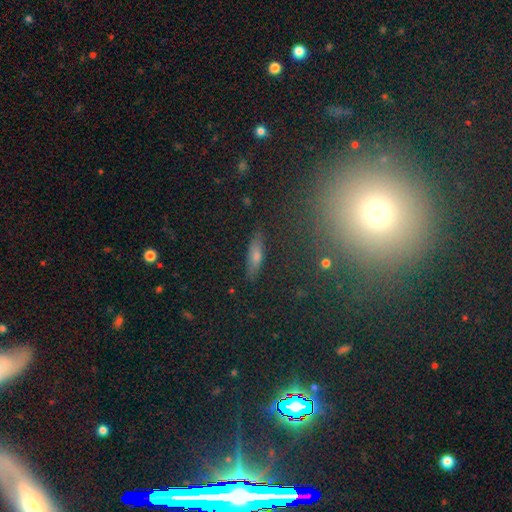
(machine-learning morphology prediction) A smooth galaxy with no disk features (66%) that is cigar-shaped (55%).

Vote fractions:
- Smooth or featured? smooth: 66% / featured or disk: 21% / star or artifact: 13%
- How rounded? cigar-shaped: 55% / in between: 41% / round: 4%
- Merging? none: 83% / minor disturbance: 12% / major disturbance: 3% / merger: 2%